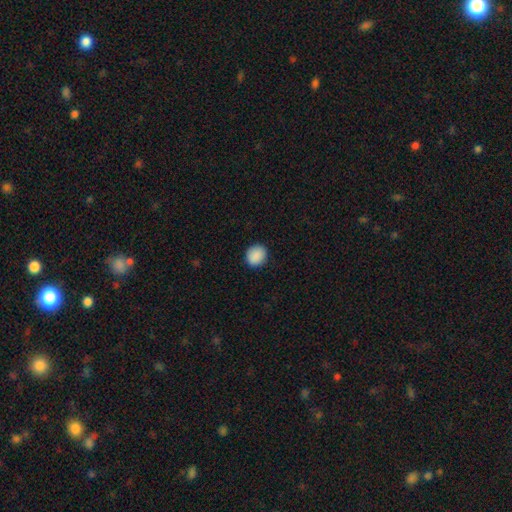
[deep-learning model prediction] Morphology: type=smooth (90%); roundness=round (80%); merging=none (90%).